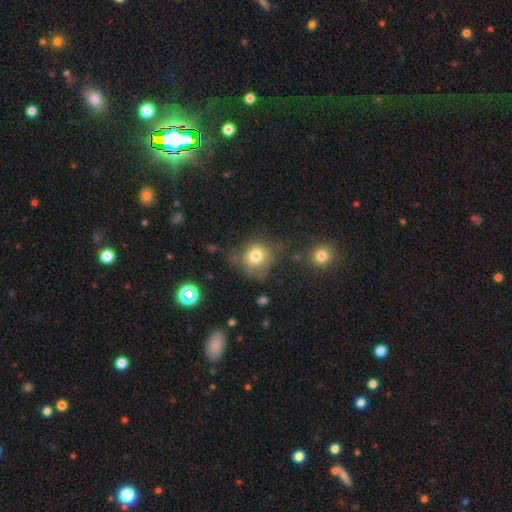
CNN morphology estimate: Q: Smooth or featured?
A: smooth (76%); runner-up: star or artifact (12%)
Q: How rounded?
A: round (82%); runner-up: in between (17%)
Q: Merging?
A: none (57%); runner-up: minor disturbance (24%)